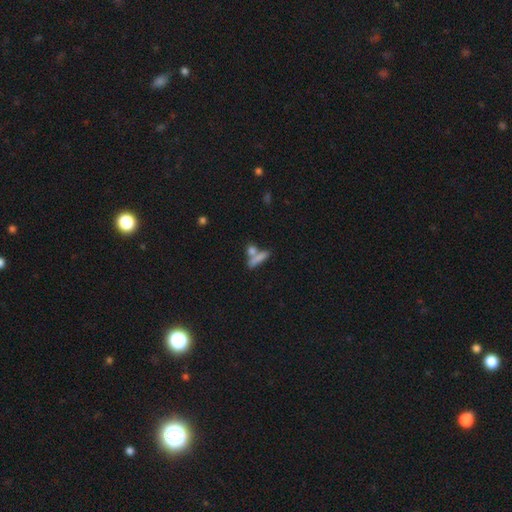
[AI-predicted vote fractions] This appears to be a smooth galaxy with no disk features (75%) that is cigar-shaped (58%). Merging: none (48%).